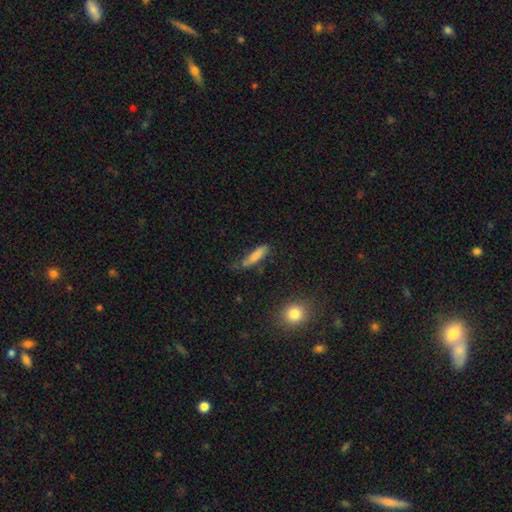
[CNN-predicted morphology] type=smooth (79%); roundness=cigar-shaped (77%); merging=none (60%).